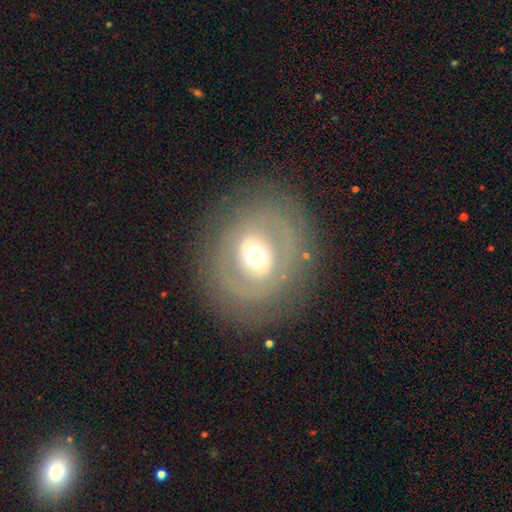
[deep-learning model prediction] A featured or disk galaxy (51%).

Vote fractions:
- Smooth or featured? featured or disk: 51% / smooth: 39% / star or artifact: 9%
- Edge-on disk? no: 95% / yes: 5%
- Merging? none: 80% / minor disturbance: 10% / major disturbance: 8% / merger: 1%